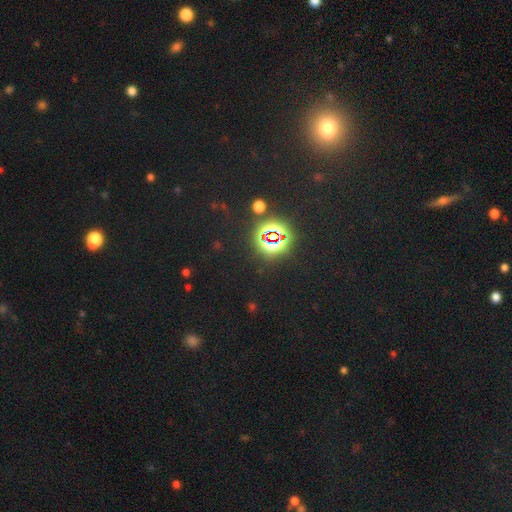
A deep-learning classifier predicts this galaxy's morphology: type=star or artifact (74%).